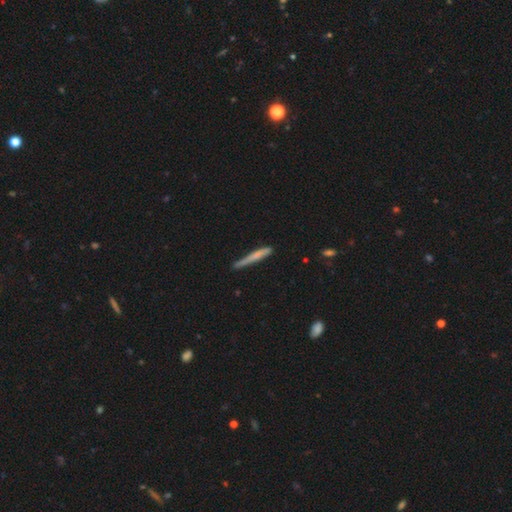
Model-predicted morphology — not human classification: Smooth or featured? Predicted: smooth (p=0.60). How rounded? Predicted: cigar-shaped (p=0.95). Merging? Predicted: none (p=0.70).